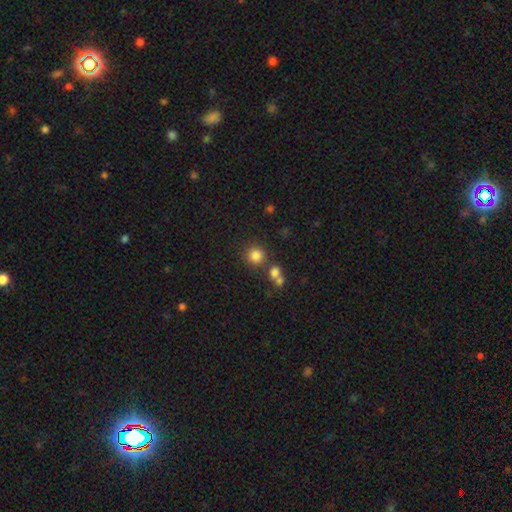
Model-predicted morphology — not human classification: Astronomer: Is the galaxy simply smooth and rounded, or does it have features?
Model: smooth — 81%.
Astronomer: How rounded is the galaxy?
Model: round — 92%.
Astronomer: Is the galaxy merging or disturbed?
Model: none — 76%.